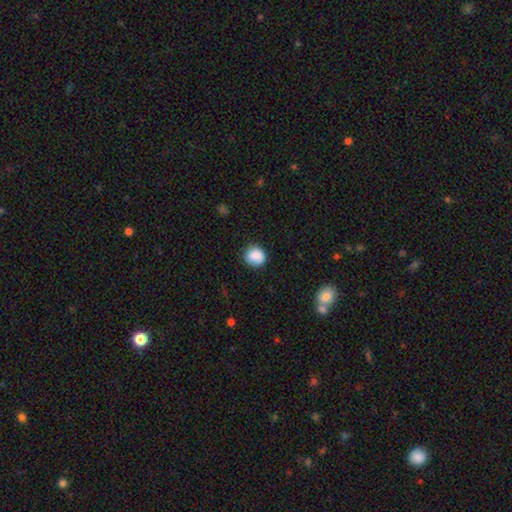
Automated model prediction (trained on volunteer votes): Q: Smooth or featured?
A: smooth (87%); runner-up: star or artifact (8%)
Q: How rounded?
A: round (82%); runner-up: in between (17%)
Q: Merging?
A: none (83%); runner-up: minor disturbance (13%)